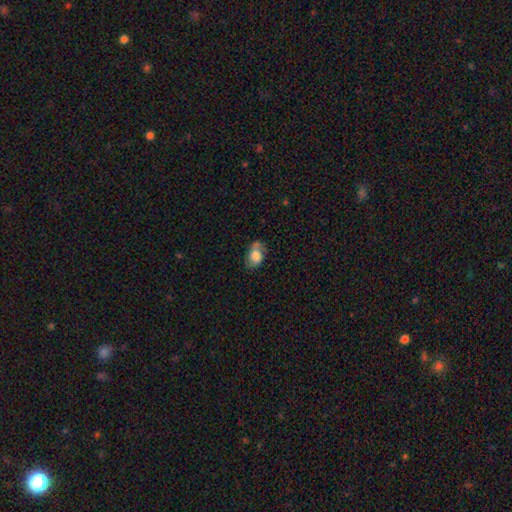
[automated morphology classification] Smooth or featured: smooth — 69% (featured or disk — 23%)
How rounded: in between — 83% (round — 15%)
Merging: none — 53% (minor disturbance — 31%)